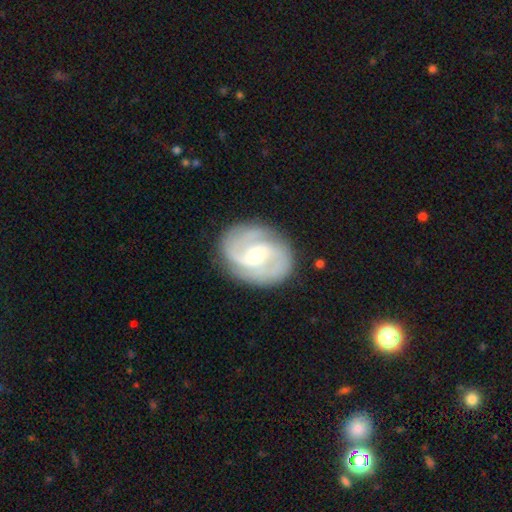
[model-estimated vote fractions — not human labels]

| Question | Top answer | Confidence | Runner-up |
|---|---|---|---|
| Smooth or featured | featured or disk | 86% | smooth (9%) |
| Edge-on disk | no | 97% | yes (3%) |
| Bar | weak | 50% | no (32%) |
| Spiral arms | yes | 96% | no (4%) |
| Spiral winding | medium | 51% | tight (28%) |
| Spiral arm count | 2 | 64% | 3 (19%) |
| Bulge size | moderate | 49% | small (47%) |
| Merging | none | 82% | minor disturbance (13%) |